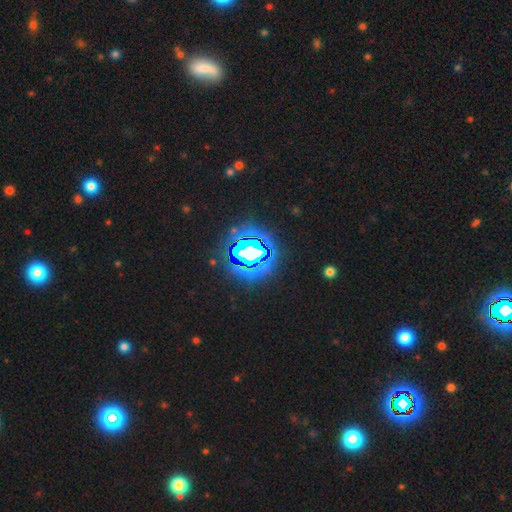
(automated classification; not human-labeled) star or artifact 76%, smooth 12%, featured or disk 12%.